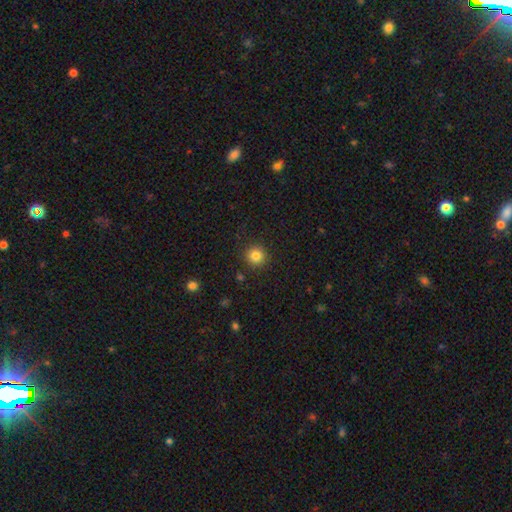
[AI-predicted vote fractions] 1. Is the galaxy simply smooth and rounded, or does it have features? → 83% smooth, 12% star or artifact, 5% featured or disk.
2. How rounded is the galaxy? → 94% round, 5% in between, 1% cigar-shaped.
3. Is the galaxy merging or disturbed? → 91% none, 6% minor disturbance, 2% major disturbance, 1% merger.